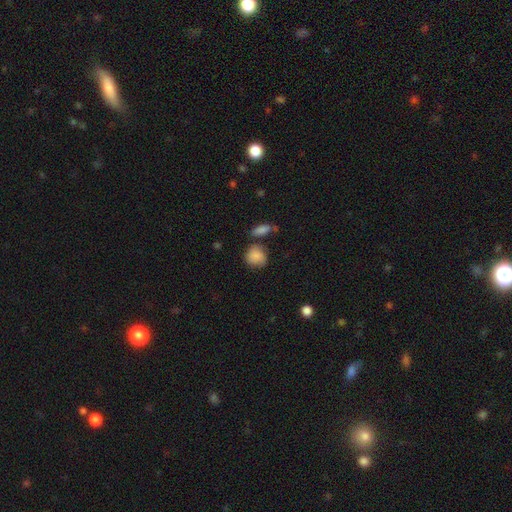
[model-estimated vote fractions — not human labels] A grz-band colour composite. It shows a smooth galaxy with no disk features (84%) that is round (73%). Merging: none (59%).